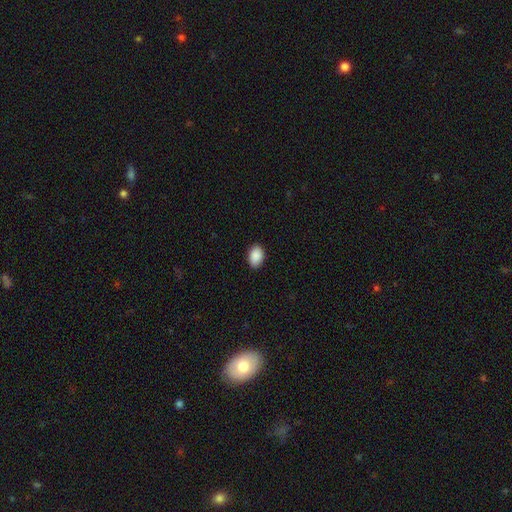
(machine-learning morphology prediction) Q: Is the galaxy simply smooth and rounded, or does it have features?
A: smooth — 90%.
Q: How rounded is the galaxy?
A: in between — 83%.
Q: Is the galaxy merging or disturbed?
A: none — 87%.